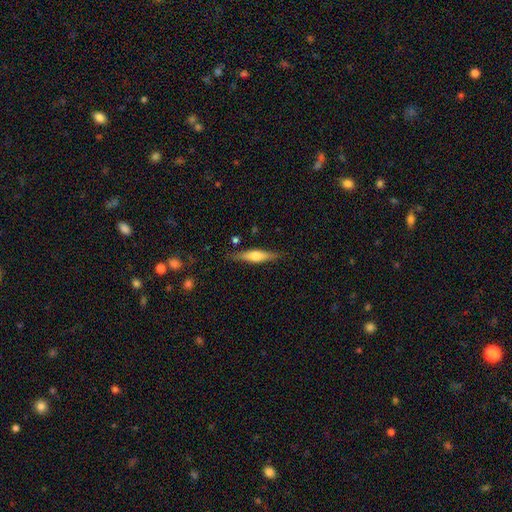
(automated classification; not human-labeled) Smooth or featured?
  - featured or disk: 54% *
  - smooth: 40%
  - star or artifact: 6%
Edge-on disk?
  - yes: 94% *
  - no: 6%
Edge-on bulge?
  - rounded: 86% *
  - boxy: 9%
  - none: 5%
Merging?
  - none: 84% *
  - minor disturbance: 11%
  - major disturbance: 3%
  - merger: 2%